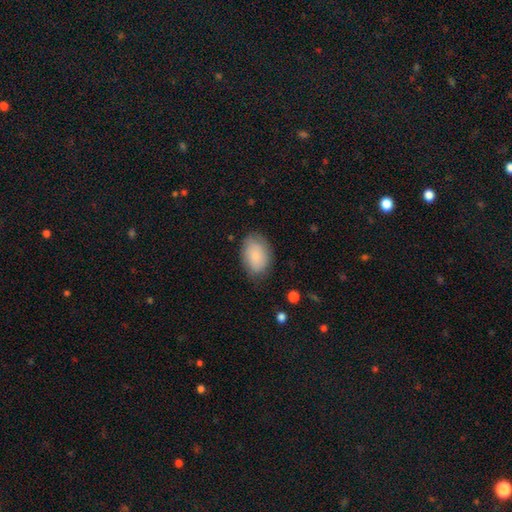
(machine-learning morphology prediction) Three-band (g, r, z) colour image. It shows a smooth galaxy with no disk features (84%) that is in between round and cigar-shaped (87%). Merging: none (75%).